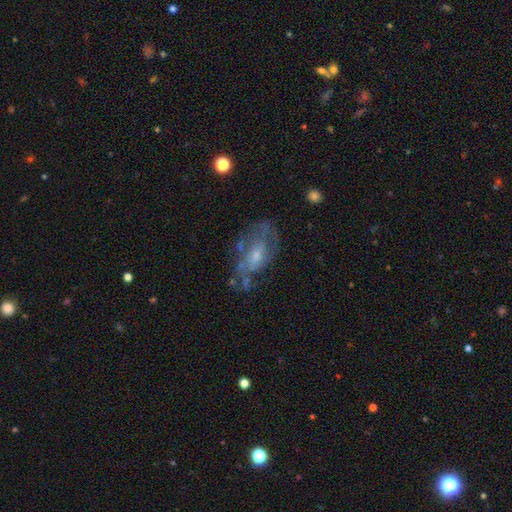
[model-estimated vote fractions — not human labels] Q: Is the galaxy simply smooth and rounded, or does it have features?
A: featured or disk — 67%.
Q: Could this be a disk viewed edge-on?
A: no — 93%.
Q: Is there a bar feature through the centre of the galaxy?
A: no — 66%.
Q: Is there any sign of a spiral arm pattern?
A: yes — 62%.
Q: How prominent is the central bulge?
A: small — 52%.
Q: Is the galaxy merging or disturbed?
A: none — 52%.